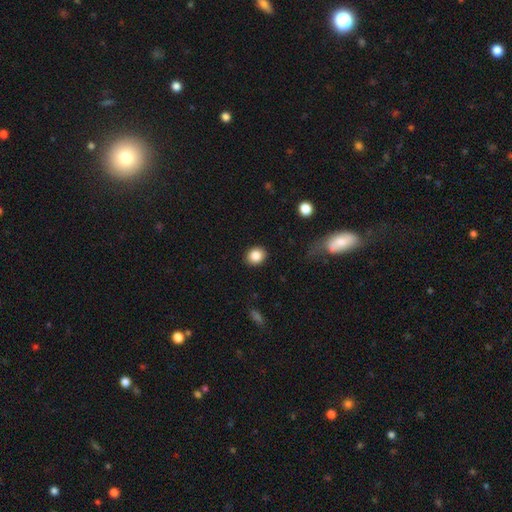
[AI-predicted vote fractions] smooth 86%, star or artifact 9%, featured or disk 5%. Down the decision tree: how rounded — round (69%); merging — none (90%).